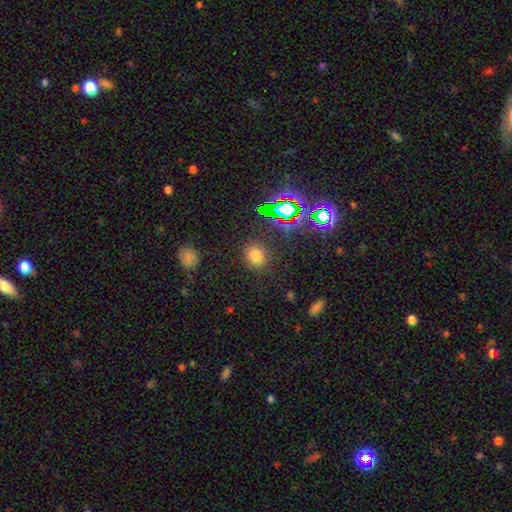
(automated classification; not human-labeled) Smooth or featured: smooth — 72% (star or artifact — 23%)
How rounded: round — 53% (in between — 46%)
Merging: none — 83% (minor disturbance — 11%)